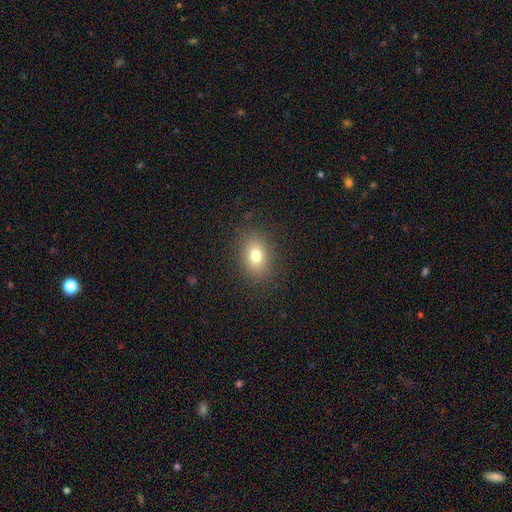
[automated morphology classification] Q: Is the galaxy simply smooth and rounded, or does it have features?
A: smooth — 77%.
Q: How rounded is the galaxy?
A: in between — 67%.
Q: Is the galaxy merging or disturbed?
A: none — 86%.